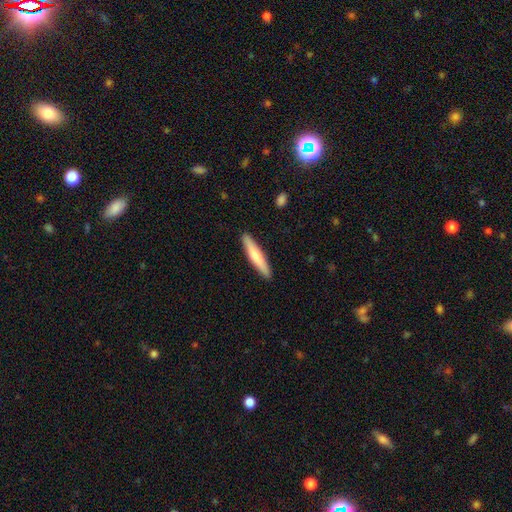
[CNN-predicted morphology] A smooth galaxy with no disk features (65%) that is cigar-shaped (91%).

Vote fractions:
- Smooth or featured? smooth: 65% / featured or disk: 30% / star or artifact: 5%
- How rounded? cigar-shaped: 91% / in between: 8% / round: 1%
- Merging? none: 91% / minor disturbance: 7% / major disturbance: 1% / merger: 1%